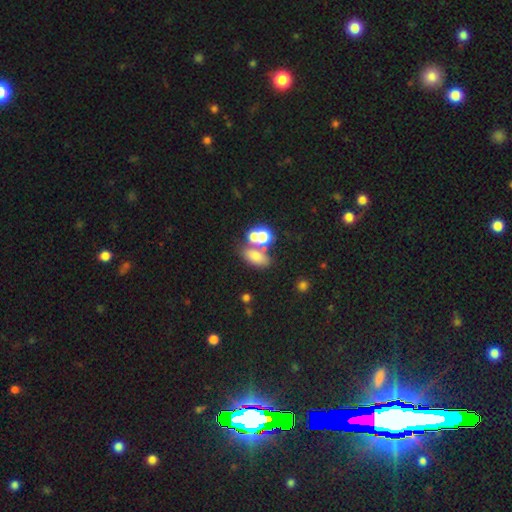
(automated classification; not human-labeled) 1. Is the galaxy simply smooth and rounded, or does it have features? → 68% smooth, 17% star or artifact, 15% featured or disk.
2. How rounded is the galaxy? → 79% in between, 18% round, 3% cigar-shaped.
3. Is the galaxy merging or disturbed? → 47% none, 36% merger, 11% minor disturbance, 6% major disturbance.